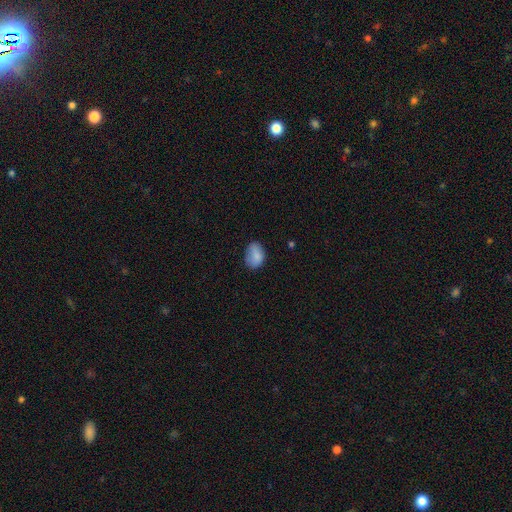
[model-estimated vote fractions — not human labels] smooth-or-featured: smooth: 82% | featured or disk: 9% | star or artifact: 8%
  how-rounded: in between: 81% | round: 17% | cigar-shaped: 1%
  merging: none: 64% | minor disturbance: 27% | major disturbance: 7% | merger: 2%